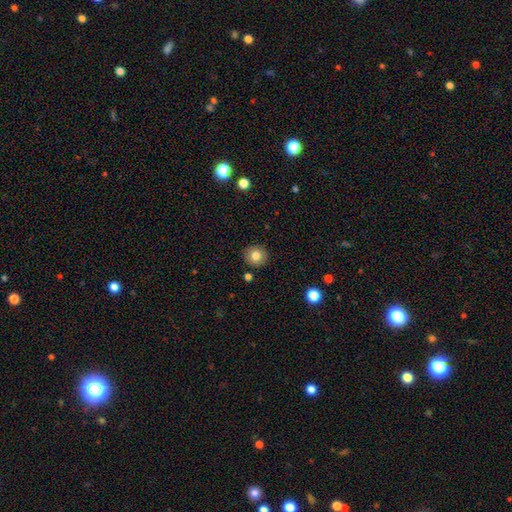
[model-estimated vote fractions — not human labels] Q: Smooth or featured?
A: smooth (81%); runner-up: star or artifact (10%)
Q: How rounded?
A: round (90%); runner-up: in between (9%)
Q: Merging?
A: none (90%); runner-up: minor disturbance (7%)